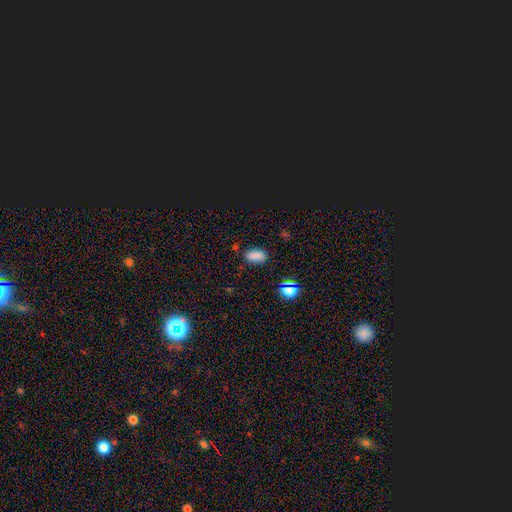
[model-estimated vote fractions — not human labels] Q: Smooth or featured?
A: smooth (77%); runner-up: star or artifact (18%)
Q: How rounded?
A: in between (88%); runner-up: round (8%)
Q: Merging?
A: none (78%); runner-up: minor disturbance (16%)